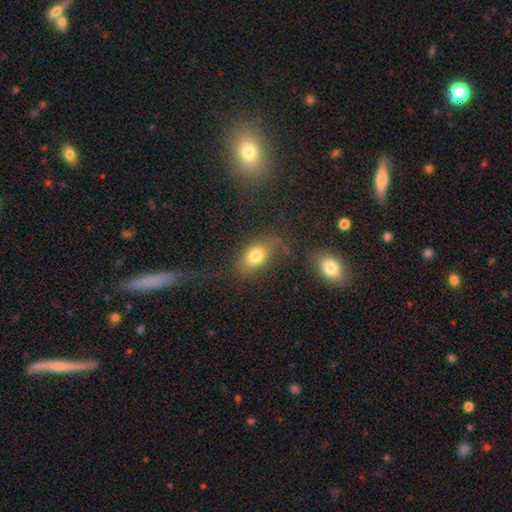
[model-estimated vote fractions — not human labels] The model was most divided on "merging": none: 67%, minor disturbance: 18%, major disturbance: 12%, merger: 4%. More confident: how rounded — in between (80%); smooth or featured — smooth (76%).